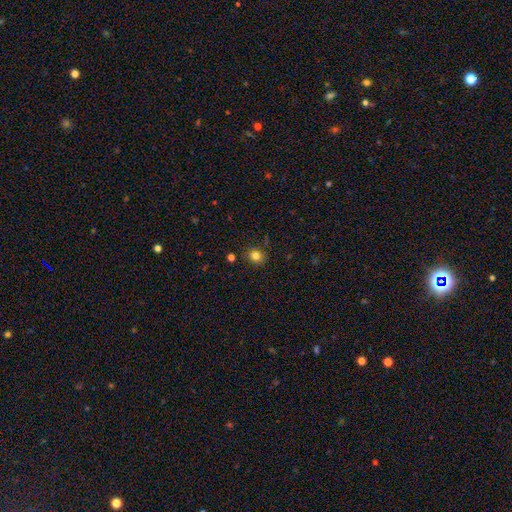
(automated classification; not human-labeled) Overall: smooth (81%). How rounded: round (75%). Merging: none (84%).